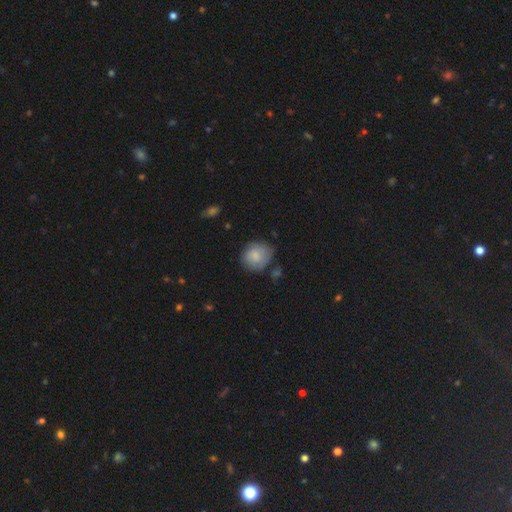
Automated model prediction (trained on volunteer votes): Q: Smooth or featured?
A: smooth (81%); runner-up: featured or disk (12%)
Q: How rounded?
A: round (75%); runner-up: in between (24%)
Q: Merging?
A: none (62%); runner-up: minor disturbance (27%)